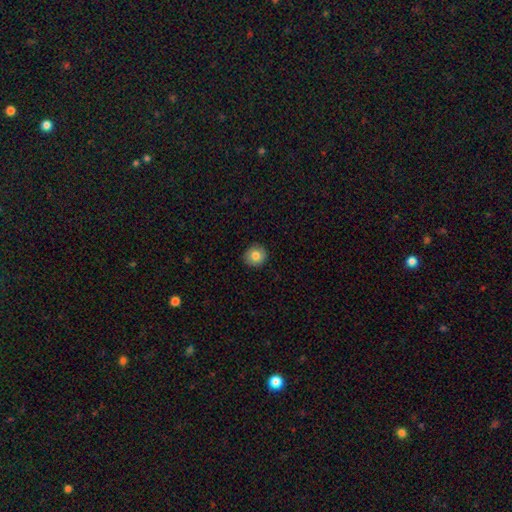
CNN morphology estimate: type=smooth (82%); roundness=round (91%); merging=none (91%).